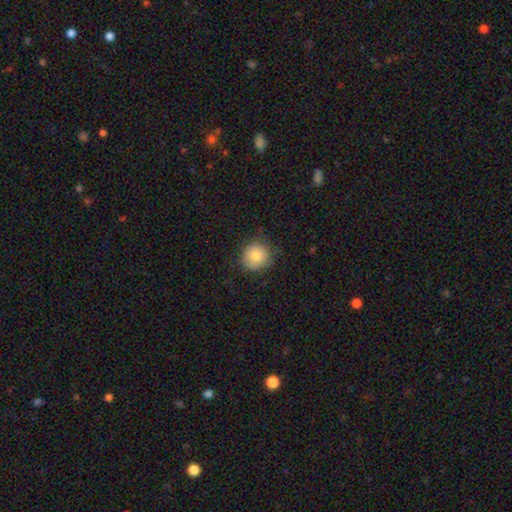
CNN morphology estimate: type=smooth (81%); roundness=round (92%); merging=none (81%).